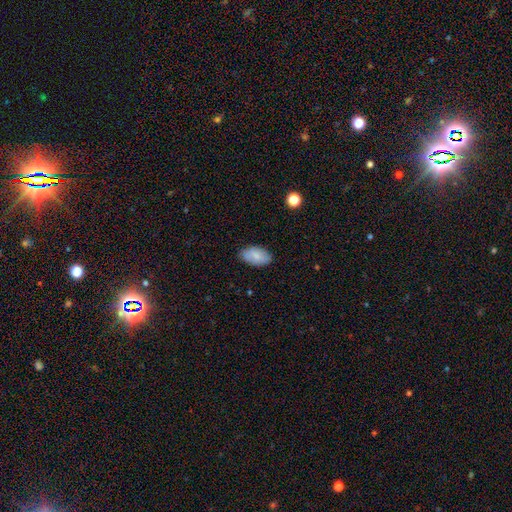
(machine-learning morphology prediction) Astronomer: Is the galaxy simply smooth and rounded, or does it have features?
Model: smooth — 80%.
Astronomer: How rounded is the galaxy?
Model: in between — 94%.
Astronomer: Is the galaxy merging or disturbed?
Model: none — 80%.